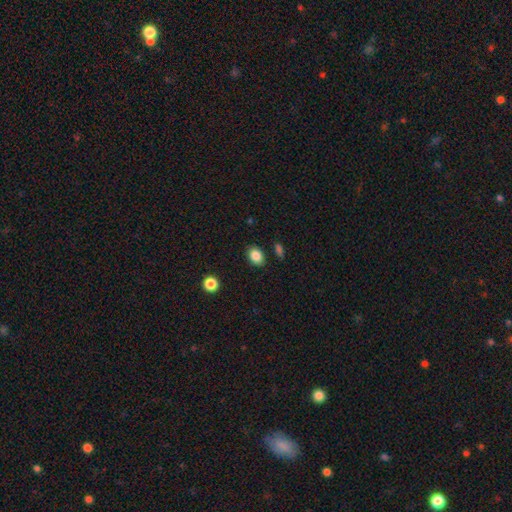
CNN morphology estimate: The model was most divided on "how rounded": in between: 72%, round: 27%, cigar-shaped: 1%. More confident: smooth or featured — smooth (86%); merging — none (84%).